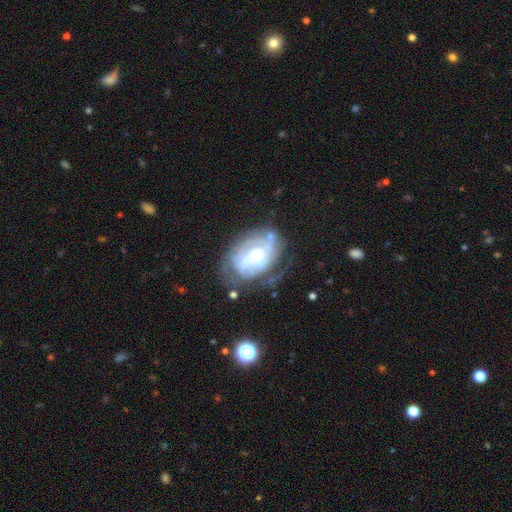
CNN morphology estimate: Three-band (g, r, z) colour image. It shows a featured or disk galaxy (77%) with no bar (56%), tight (64%) spiral arms (79%) and a moderate central bulge (50%). Merging: none (54%).